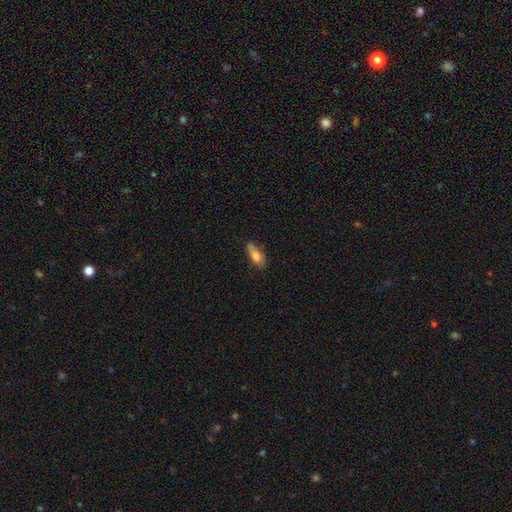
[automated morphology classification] Smooth or featured: smooth — 79% (featured or disk — 14%)
How rounded: in between — 75% (cigar-shaped — 22%)
Merging: none — 60% (minor disturbance — 31%)